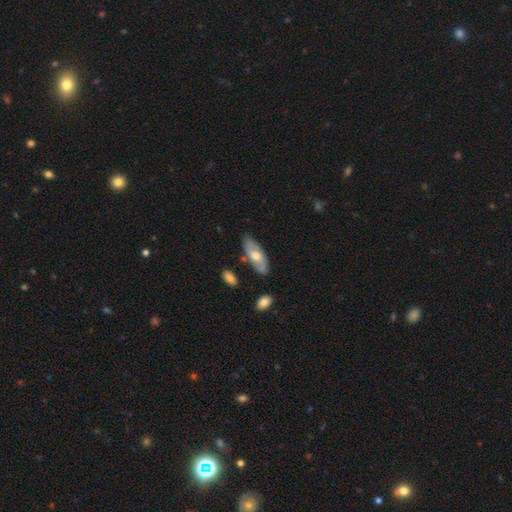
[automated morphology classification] Smooth or featured: smooth — 50% (featured or disk — 44%)
How rounded: in between — 79% (cigar-shaped — 19%)
Merging: none — 76% (minor disturbance — 17%)